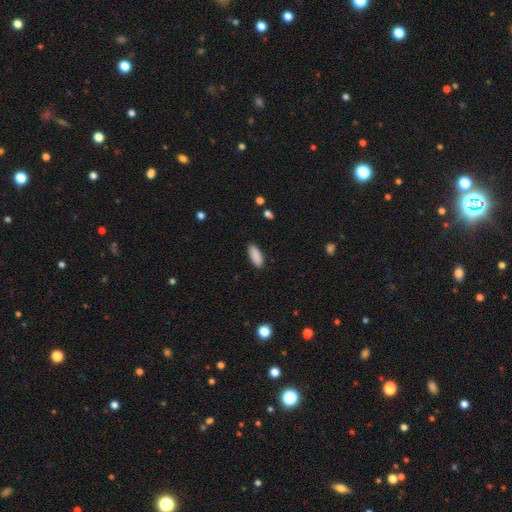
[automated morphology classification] Smooth or featured? smooth (90%)
How rounded? in between (81%)
Merging? none (89%)